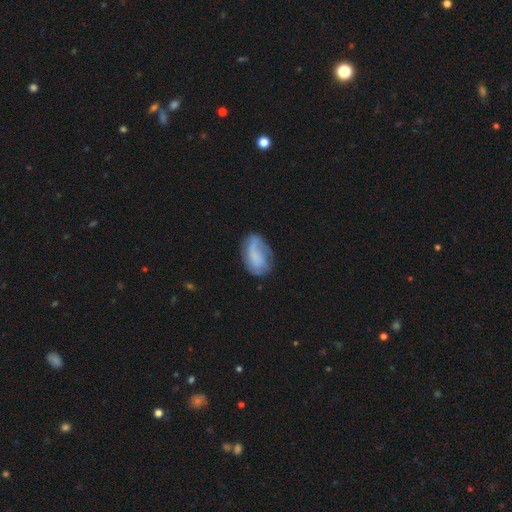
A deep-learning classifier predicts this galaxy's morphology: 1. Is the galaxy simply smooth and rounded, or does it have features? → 49% smooth, 43% featured or disk, 8% star or artifact.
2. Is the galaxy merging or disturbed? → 54% none, 28% minor disturbance, 16% major disturbance, 3% merger.